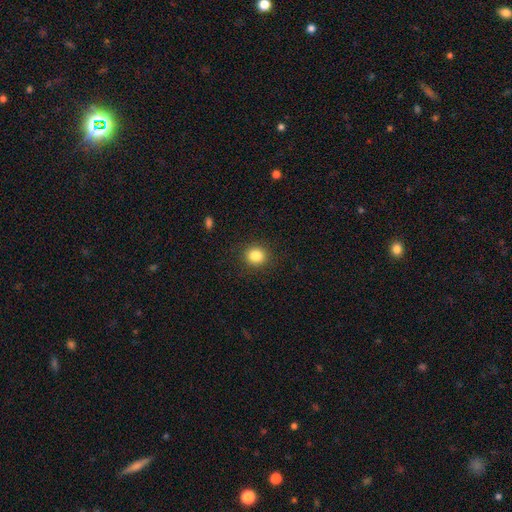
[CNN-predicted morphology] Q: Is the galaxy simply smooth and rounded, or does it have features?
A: smooth — 84%.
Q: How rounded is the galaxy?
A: round — 88%.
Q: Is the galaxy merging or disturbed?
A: none — 91%.